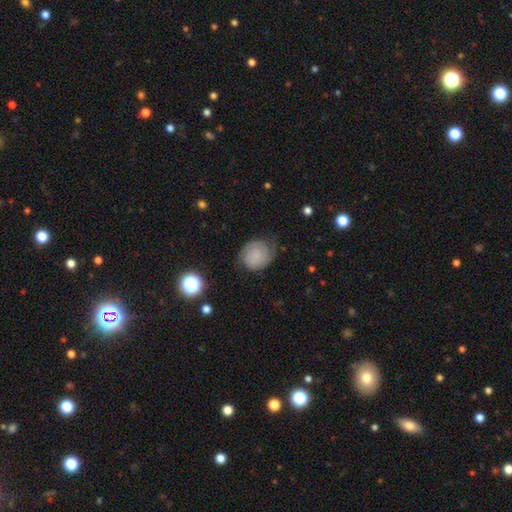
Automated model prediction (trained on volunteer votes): A smooth galaxy with no disk features (50%). Merging: none (64%).